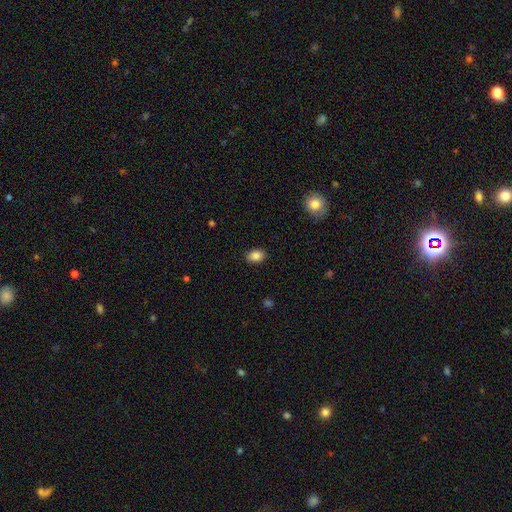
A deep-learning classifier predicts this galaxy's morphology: This appears to be a smooth galaxy with no disk features (86%) that is in between round and cigar-shaped (78%). Merging: none (88%).